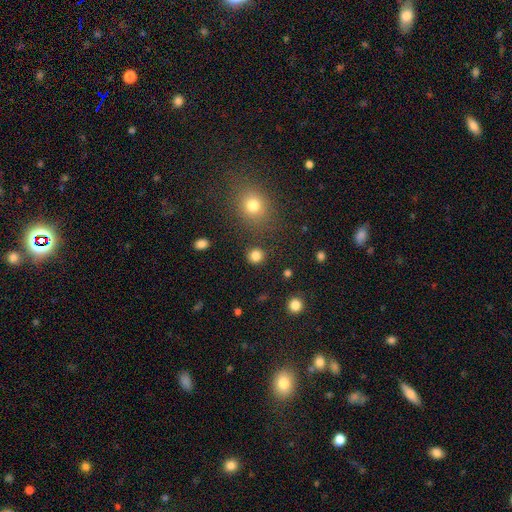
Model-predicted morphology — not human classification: type=smooth (83%); roundness=round (90%); merging=none (88%).